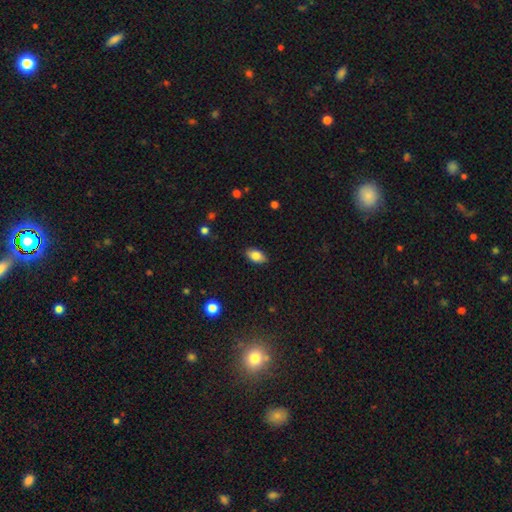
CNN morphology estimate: Smooth or featured? smooth (82%)
How rounded? in between (91%)
Merging? none (85%)